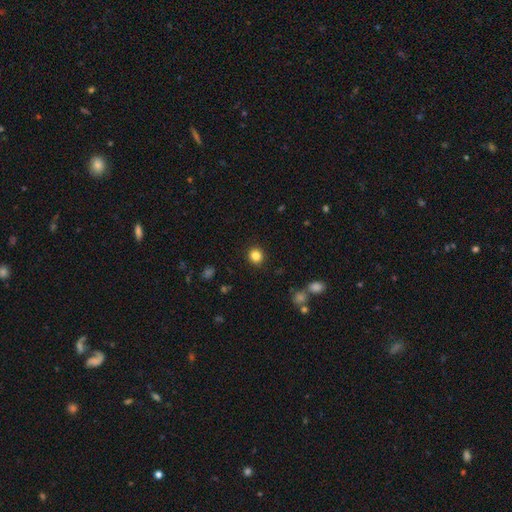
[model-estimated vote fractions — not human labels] Smooth or featured? smooth (84%)
How rounded? round (90%)
Merging? none (91%)